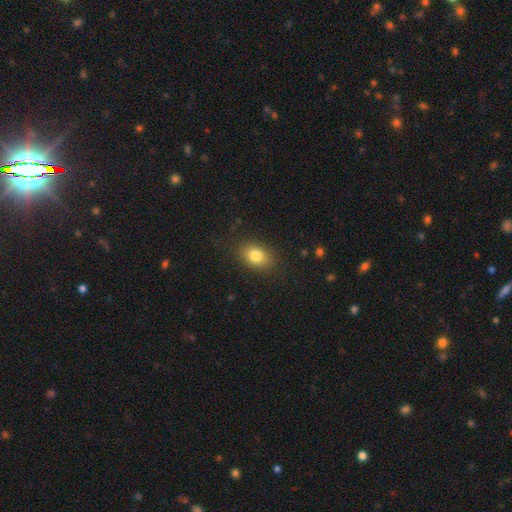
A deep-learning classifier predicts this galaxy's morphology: Smooth or featured? smooth (82%)
How rounded? in between (71%)
Merging? none (85%)